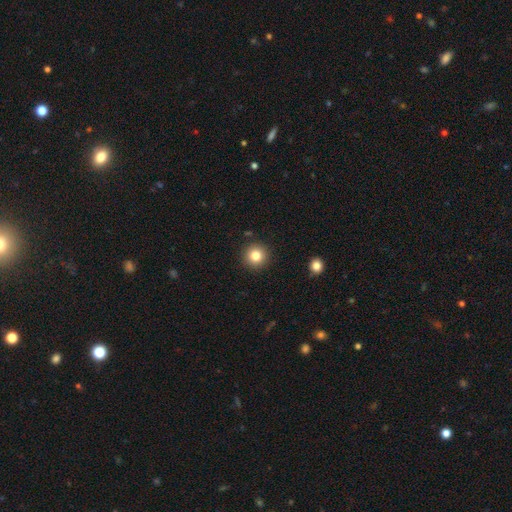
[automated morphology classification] A smooth galaxy with no disk features (82%) that is round (95%).

Vote fractions:
- Smooth or featured? smooth: 82% / star or artifact: 11% / featured or disk: 7%
- How rounded? round: 95% / in between: 4% / cigar-shaped: 1%
- Merging? none: 90% / minor disturbance: 6% / major disturbance: 2% / merger: 2%